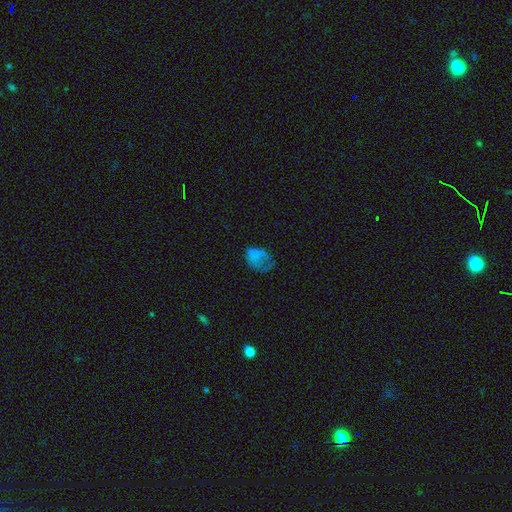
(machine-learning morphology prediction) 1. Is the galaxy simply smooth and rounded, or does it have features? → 66% smooth, 20% featured or disk, 14% star or artifact.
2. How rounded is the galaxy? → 76% in between, 22% round, 1% cigar-shaped.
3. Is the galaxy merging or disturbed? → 35% major disturbance, 34% none, 29% minor disturbance, 3% merger.